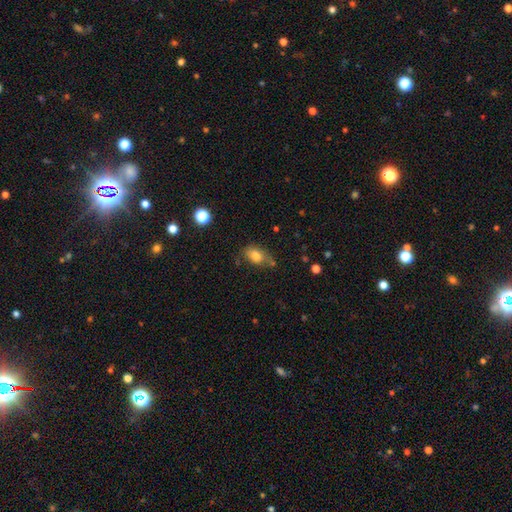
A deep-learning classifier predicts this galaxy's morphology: This appears to be a smooth galaxy with no disk features (78%) that is in between round and cigar-shaped (86%). Merging: none (52%).